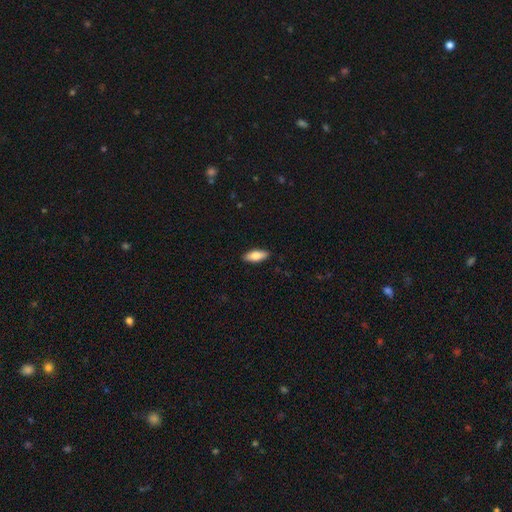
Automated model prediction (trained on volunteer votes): Smooth or featured?
  - smooth: 75% *
  - featured or disk: 19%
  - star or artifact: 6%
How rounded?
  - in between: 77% *
  - cigar-shaped: 21%
  - round: 2%
Merging?
  - none: 89% *
  - minor disturbance: 8%
  - major disturbance: 2%
  - merger: 1%